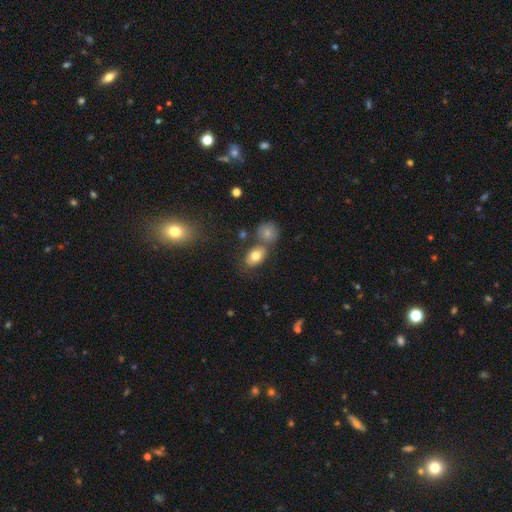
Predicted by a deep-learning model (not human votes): Q: Smooth or featured?
A: smooth (77%); runner-up: featured or disk (13%)
Q: How rounded?
A: in between (82%); runner-up: round (16%)
Q: Merging?
A: none (60%); runner-up: merger (24%)